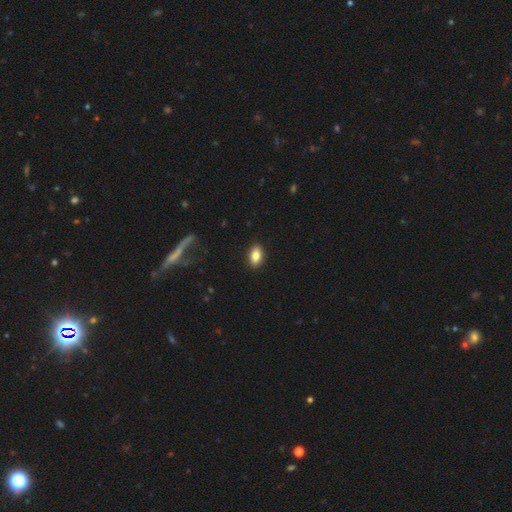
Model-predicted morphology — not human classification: Smooth or featured? Predicted: smooth (p=0.84). How rounded? Predicted: in between (p=0.90). Merging? Predicted: none (p=0.89).